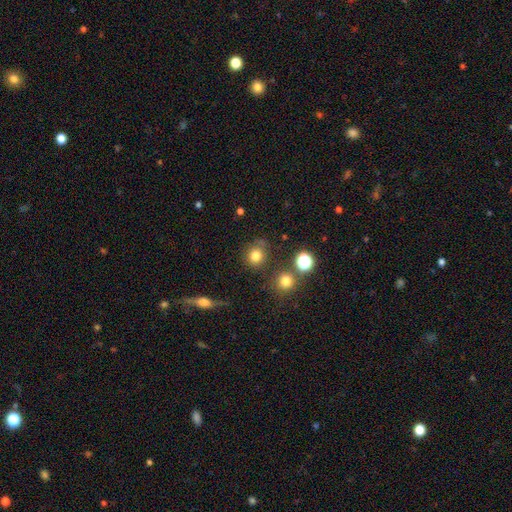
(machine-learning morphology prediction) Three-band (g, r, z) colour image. It shows a smooth galaxy with no disk features (78%) that is round (83%). Merging: none (74%).